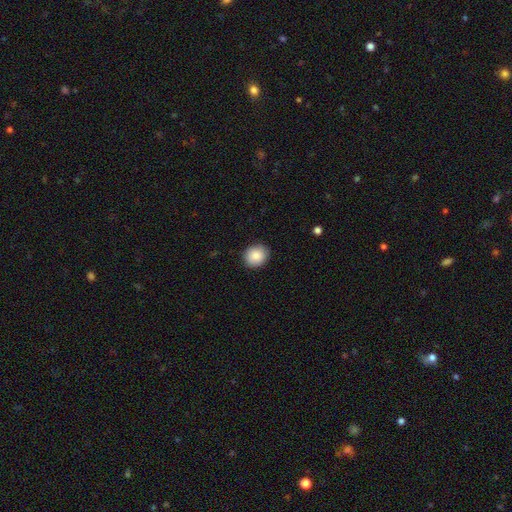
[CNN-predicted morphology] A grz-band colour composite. It shows a smooth galaxy with no disk features (87%) that is round (73%). Merging: none (89%).